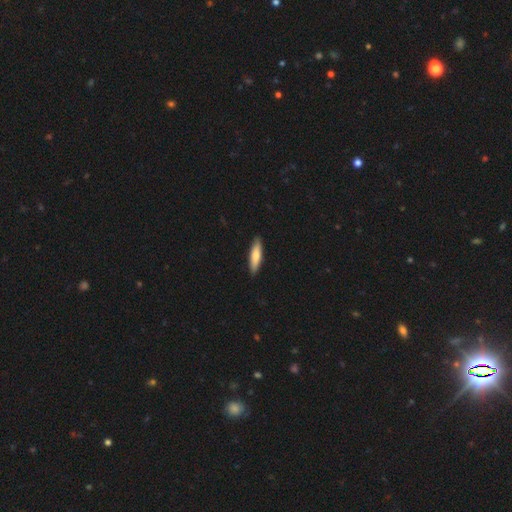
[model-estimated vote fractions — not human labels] smooth-or-featured: smooth: 74% | featured or disk: 21% | star or artifact: 5%
  how-rounded: cigar-shaped: 74% | in between: 25% | round: 2%
  merging: none: 90% | minor disturbance: 8% | major disturbance: 1% | merger: 1%